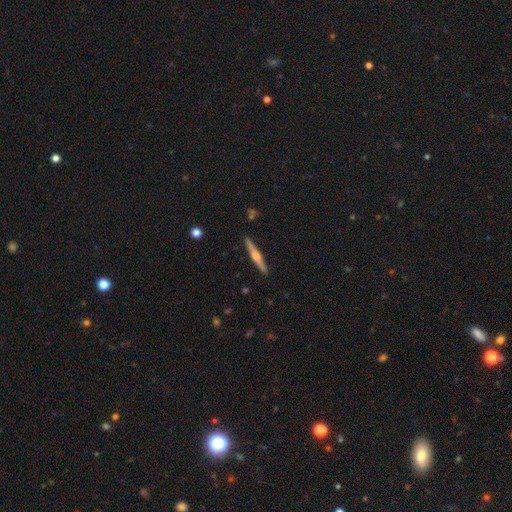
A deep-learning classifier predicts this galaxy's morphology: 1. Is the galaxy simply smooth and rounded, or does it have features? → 75% featured or disk, 20% smooth, 5% star or artifact.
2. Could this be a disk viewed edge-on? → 98% yes, 2% no.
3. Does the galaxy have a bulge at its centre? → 89% rounded, 7% boxy, 4% none.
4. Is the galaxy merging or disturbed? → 92% none, 6% minor disturbance, 1% merger, 1% major disturbance.